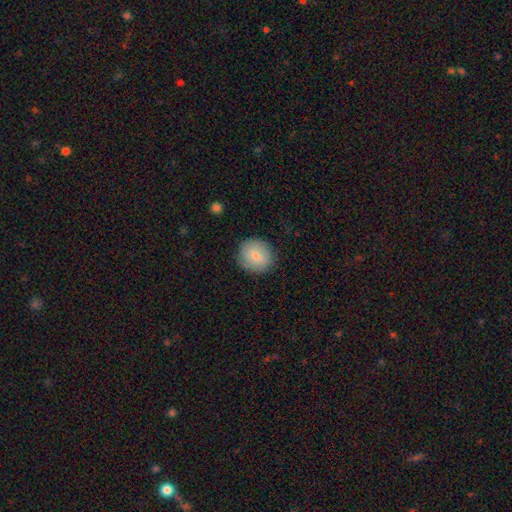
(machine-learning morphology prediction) A smooth galaxy with no disk features (77%) that is round (87%).

Vote fractions:
- Smooth or featured? smooth: 77% / featured or disk: 15% / star or artifact: 8%
- How rounded? round: 87% / in between: 12% / cigar-shaped: 1%
- Merging? none: 86% / minor disturbance: 10% / major disturbance: 3% / merger: 1%